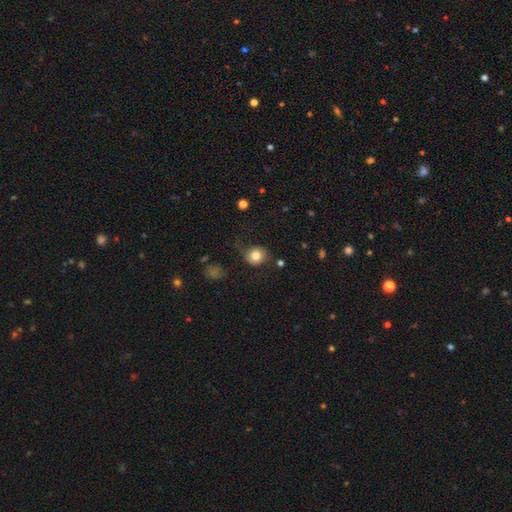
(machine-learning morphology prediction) A smooth galaxy with no disk features (79%) that is round (81%). Merging: none (61%).